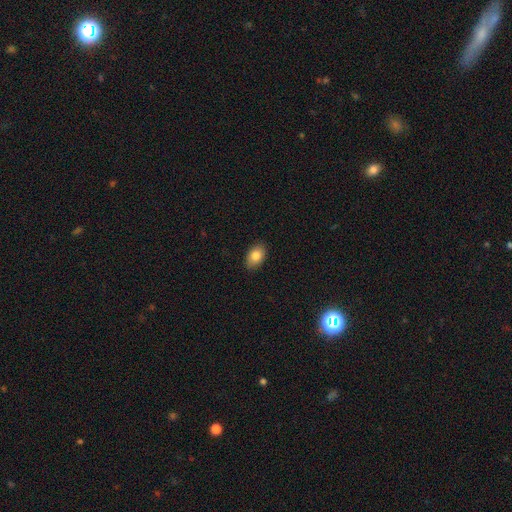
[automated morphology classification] The model was most divided on "how rounded": in between: 86%, round: 13%, cigar-shaped: 1%. More confident: merging — none (87%); smooth or featured — smooth (83%).